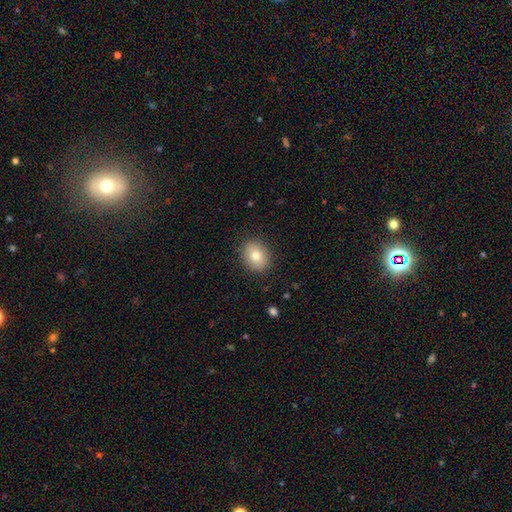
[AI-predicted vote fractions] smooth 79%, featured or disk 12%, star or artifact 9%. Down the decision tree: how rounded — in between (50%); merging — none (88%).